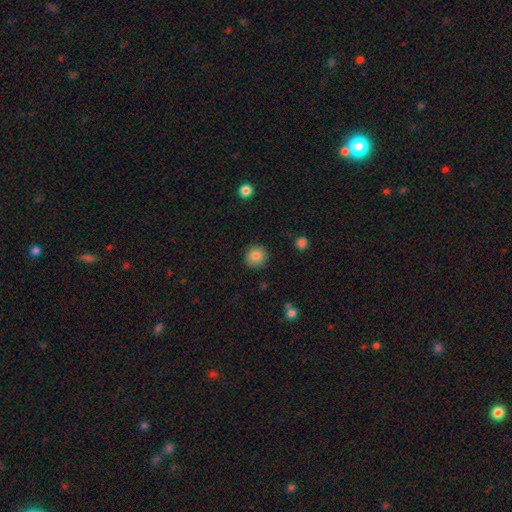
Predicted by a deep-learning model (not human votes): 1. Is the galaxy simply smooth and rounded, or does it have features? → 83% smooth, 9% star or artifact, 8% featured or disk.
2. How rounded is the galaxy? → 91% round, 8% in between, 1% cigar-shaped.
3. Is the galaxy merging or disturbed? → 89% none, 8% minor disturbance, 2% major disturbance, 1% merger.